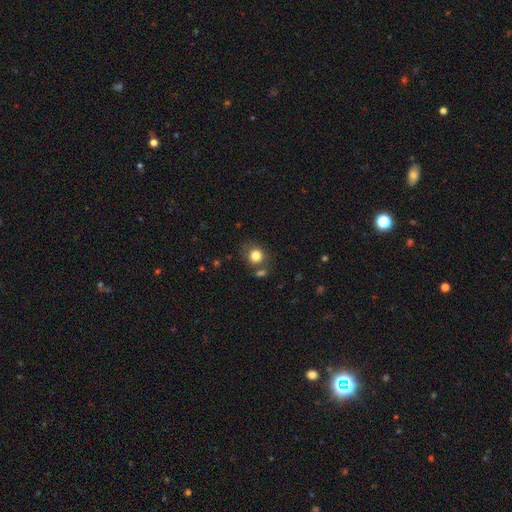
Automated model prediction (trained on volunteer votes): Smooth or featured? smooth (82%)
How rounded? round (79%)
Merging? none (70%)